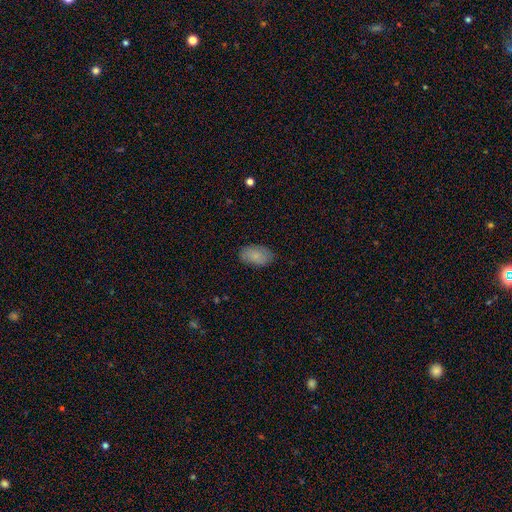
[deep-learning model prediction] Morphology: type=smooth (84%); roundness=in between (93%); merging=none (83%).